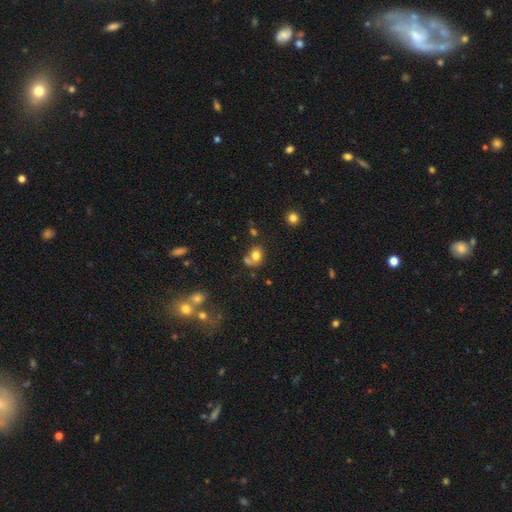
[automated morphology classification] smooth_or_featured: smooth (p=0.76) [alt: star or artifact p=0.12]
how_rounded: round (p=0.57) [alt: in between p=0.42]
merging: none (p=0.47) [alt: merger p=0.34]